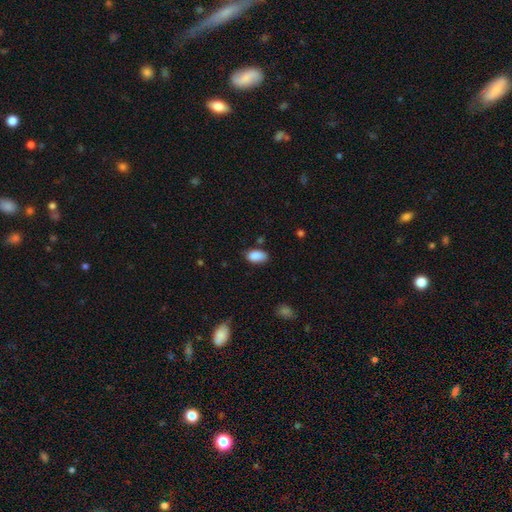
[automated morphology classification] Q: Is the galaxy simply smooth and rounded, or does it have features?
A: smooth — 88%.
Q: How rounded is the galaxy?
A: in between — 92%.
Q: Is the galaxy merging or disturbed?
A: none — 73%.